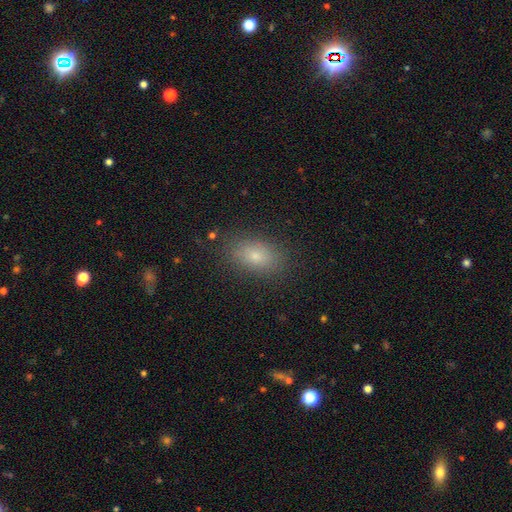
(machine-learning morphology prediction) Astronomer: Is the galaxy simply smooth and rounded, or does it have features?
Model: smooth — 77%.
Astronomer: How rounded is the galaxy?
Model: in between — 85%.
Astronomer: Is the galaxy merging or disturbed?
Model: none — 84%.